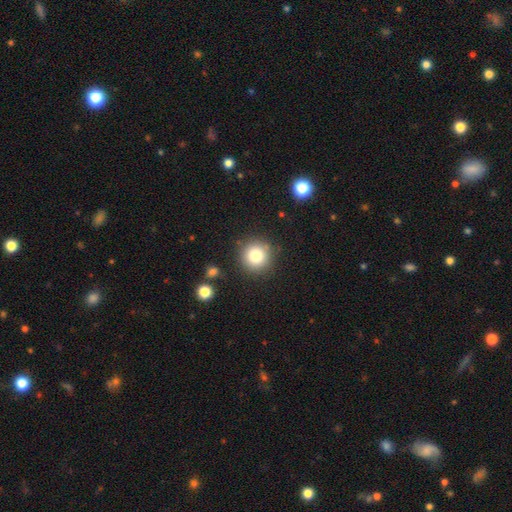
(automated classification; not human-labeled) This appears to be a smooth galaxy with no disk features (79%) that is round (94%). Merging: none (86%).